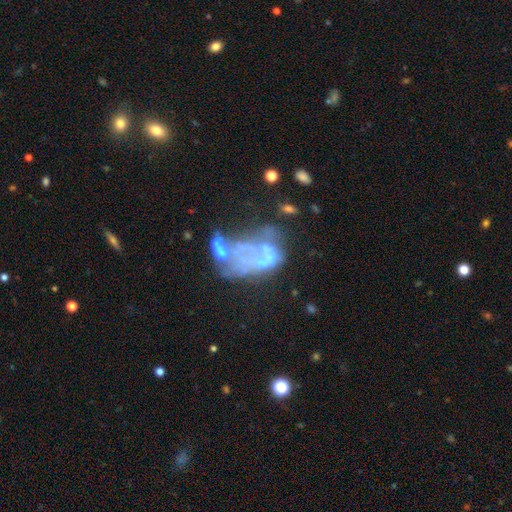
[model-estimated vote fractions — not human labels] A featured or disk galaxy (63%) with no bar (91%), no spiral arms (92%) and no central bulge (67%). Merging: merger (37%).